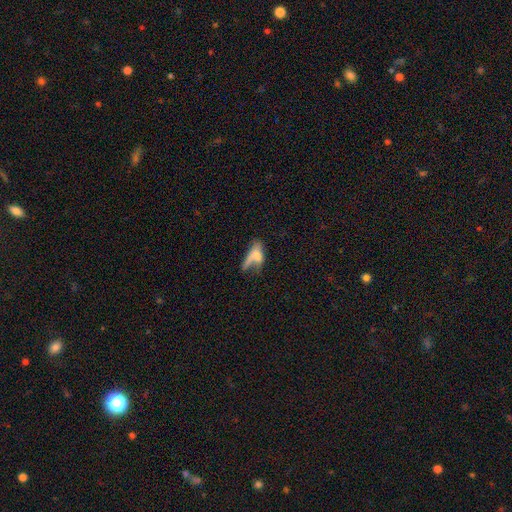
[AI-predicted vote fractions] Smooth or featured?
  - smooth: 59% *
  - featured or disk: 30%
  - star or artifact: 11%
How rounded?
  - in between: 61% *
  - cigar-shaped: 32%
  - round: 7%
Merging?
  - major disturbance: 32% *
  - none: 26%
  - merger: 25%
  - minor disturbance: 17%